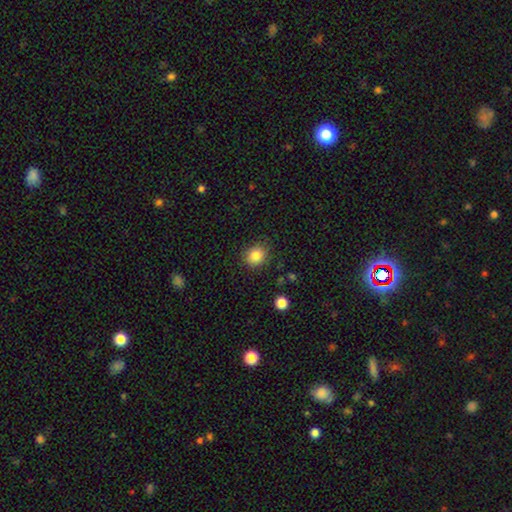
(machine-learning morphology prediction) This is clearly a smooth galaxy (84%). How rounded: likely round (80%). Merging: clearly none (86%).